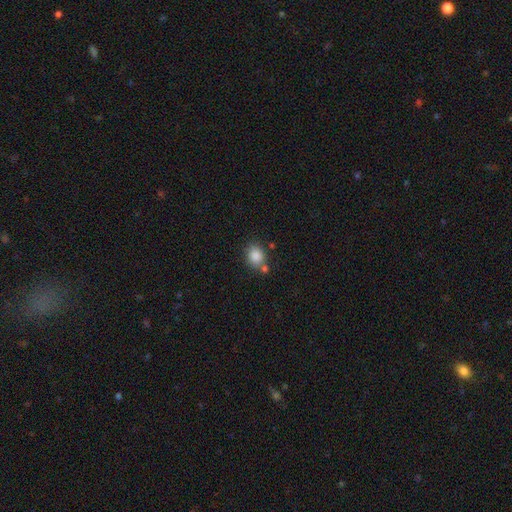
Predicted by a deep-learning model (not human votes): Morphology: type=smooth (86%); roundness=round (63%); merging=none (66%).